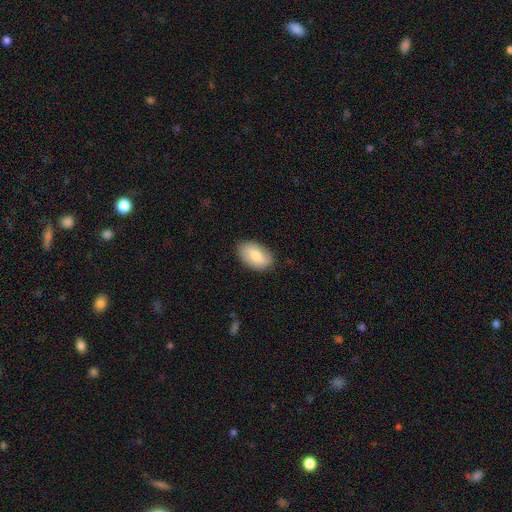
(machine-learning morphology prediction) Smooth or featured: smooth — 77% (featured or disk — 17%)
How rounded: in between — 92% (round — 6%)
Merging: none — 84% (minor disturbance — 12%)